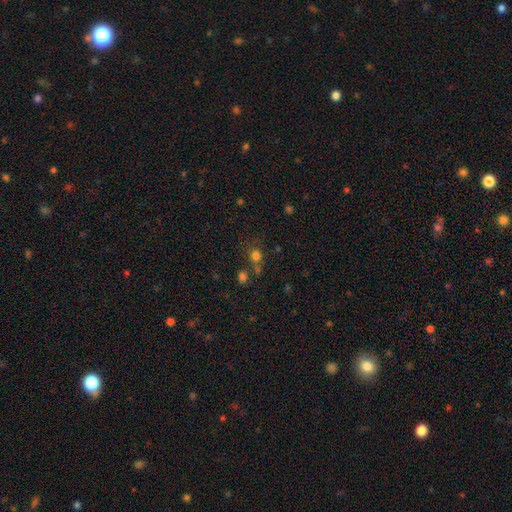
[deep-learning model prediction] smooth_or_featured: smooth (p=0.72) [alt: star or artifact p=0.20]
how_rounded: round (p=0.85) [alt: in between p=0.14]
merging: none (p=0.60) [alt: merger p=0.22]